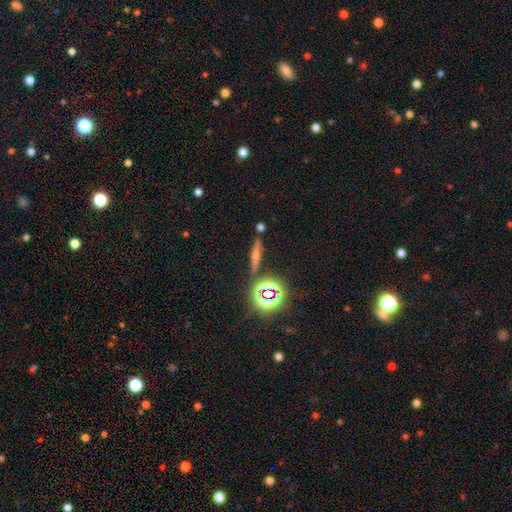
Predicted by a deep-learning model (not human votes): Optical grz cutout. It shows a featured or disk galaxy (46%). Merging: none (85%).